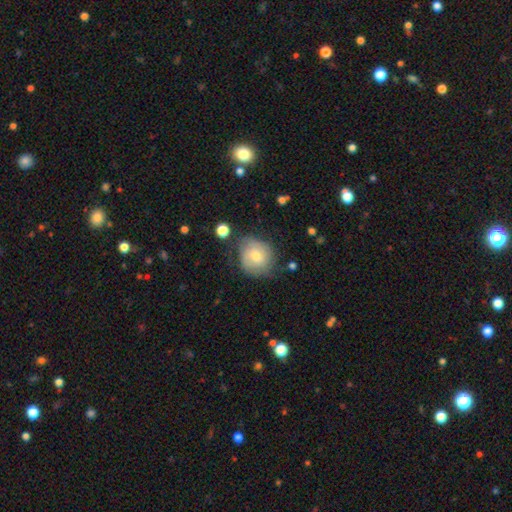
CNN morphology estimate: The model was most divided on "smooth or featured": smooth: 60%, featured or disk: 32%, star or artifact: 8%. More confident: how rounded — round (79%); merging — none (59%).